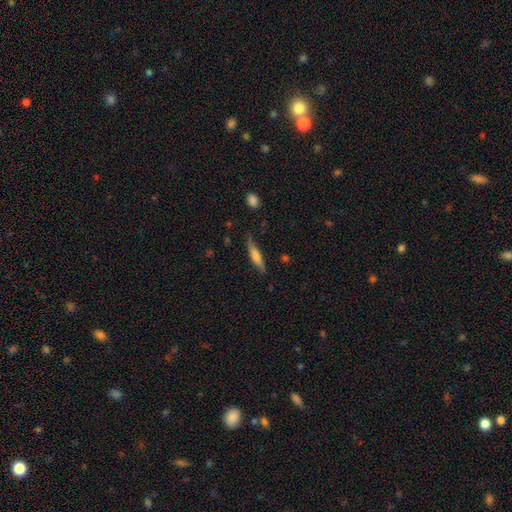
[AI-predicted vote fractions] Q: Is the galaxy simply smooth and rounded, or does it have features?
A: smooth — 60%.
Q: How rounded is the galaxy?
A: cigar-shaped — 83%.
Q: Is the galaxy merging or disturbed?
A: none — 71%.